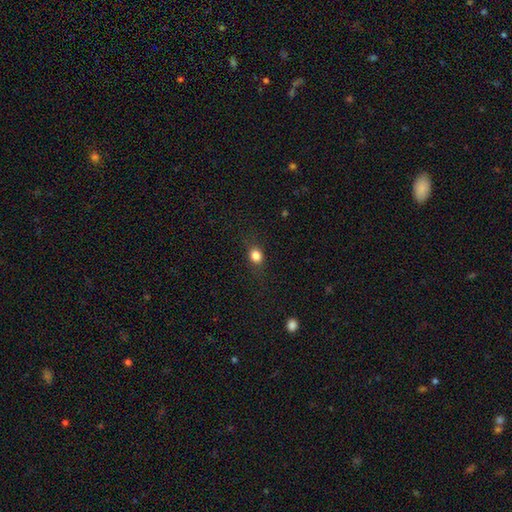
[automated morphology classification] The model was most divided on "how rounded": round: 61%, in between: 37%, cigar-shaped: 2%. More confident: merging — none (82%); smooth or featured — smooth (82%).